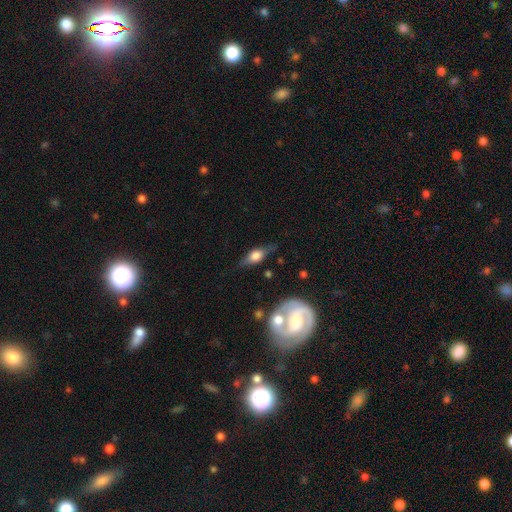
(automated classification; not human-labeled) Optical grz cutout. It shows a featured or disk galaxy (48%). Merging: none (70%).